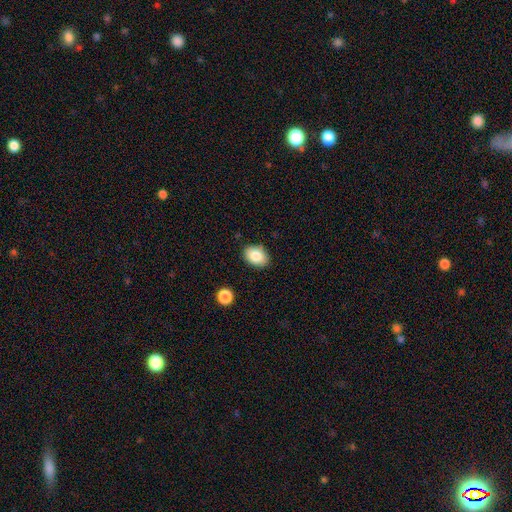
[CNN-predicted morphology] A smooth galaxy with no disk features (85%) that is in between round and cigar-shaped (77%). Merging: none (84%).